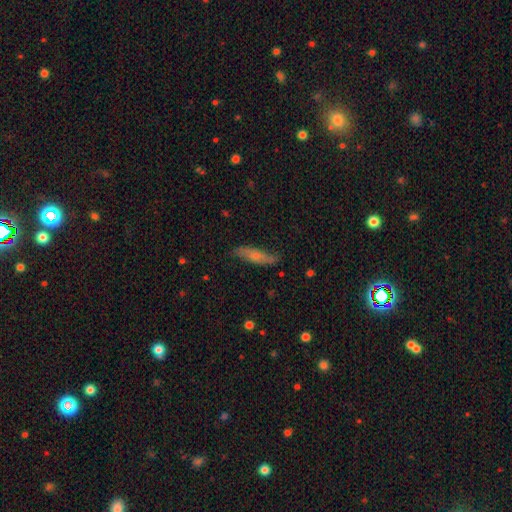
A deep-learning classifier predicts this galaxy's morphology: smooth_or_featured: smooth (p=0.52) [alt: featured or disk p=0.42]
how_rounded: cigar-shaped (p=0.70) [alt: in between p=0.27]
merging: none (p=0.77) [alt: minor disturbance p=0.18]